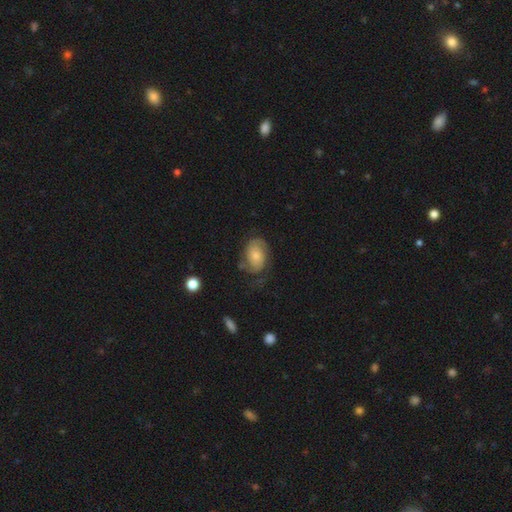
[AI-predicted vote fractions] Overall: featured or disk (61%; smooth 32%). Edge-on disk: no (97%). Bar: no (75%). Spiral arms: yes (86%). Spiral arm count: 2 (72%). Spiral winding: medium (39%; tight 38%). Bulge size: small (45%; moderate 42%). Merging: none (56%; minor disturbance 23%).